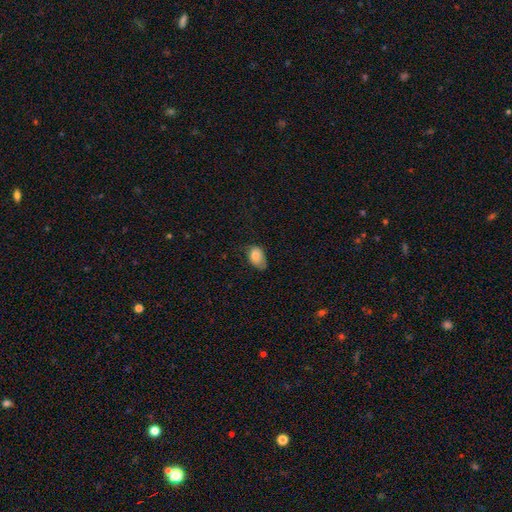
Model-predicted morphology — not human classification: Smooth or featured? smooth (83%)
How rounded? in between (84%)
Merging? minor disturbance (41%, tied with none)